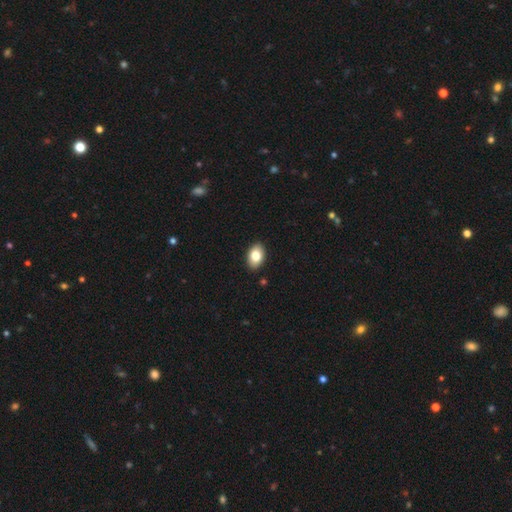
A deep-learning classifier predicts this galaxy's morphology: smooth 81%, featured or disk 11%, star or artifact 8%. Down the decision tree: how rounded — in between (87%); merging — none (90%).